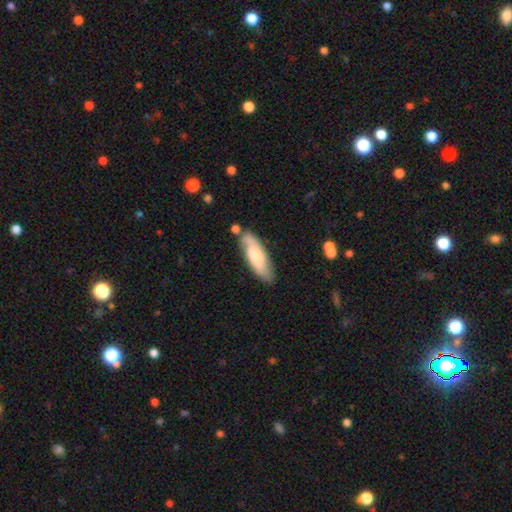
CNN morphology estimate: Q: Smooth or featured?
A: smooth (61%); runner-up: featured or disk (34%)
Q: How rounded?
A: in between (55%); runner-up: cigar-shaped (43%)
Q: Merging?
A: none (71%); runner-up: minor disturbance (18%)